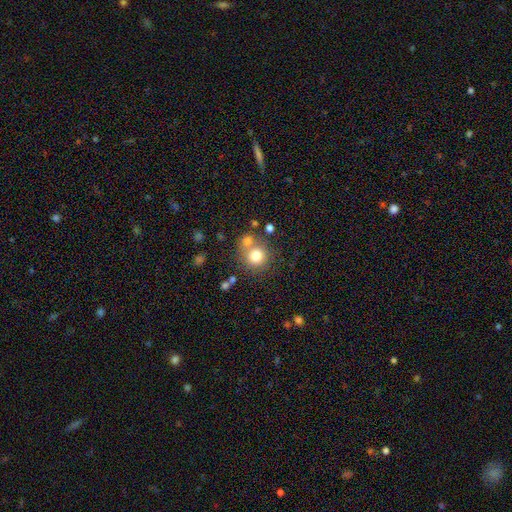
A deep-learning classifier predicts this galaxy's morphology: This is likely a smooth galaxy (77%). How rounded: clearly round (90%). Merging: likely none (61%).